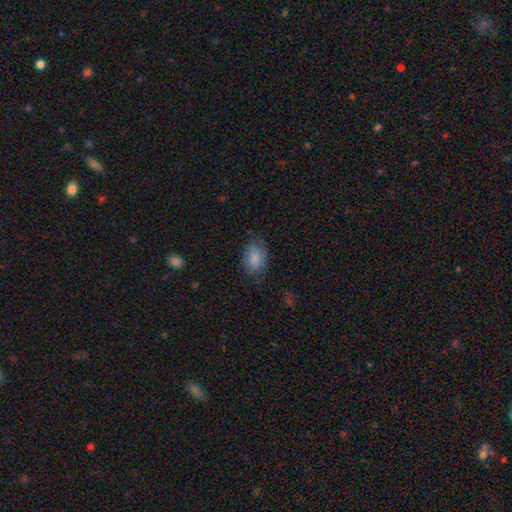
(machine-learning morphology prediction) smooth-or-featured: smooth: 81% | star or artifact: 10% | featured or disk: 9%
  how-rounded: in between: 83% | round: 15% | cigar-shaped: 1%
  merging: none: 75% | minor disturbance: 19% | major disturbance: 5% | merger: 1%